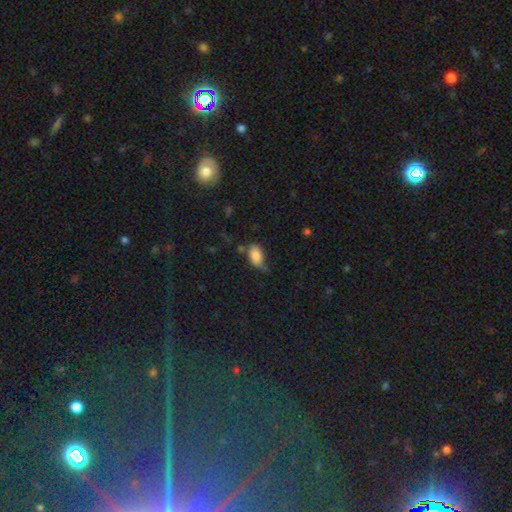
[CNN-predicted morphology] A smooth galaxy with no disk features (86%) that is in between round and cigar-shaped (91%).

Vote fractions:
- Smooth or featured? smooth: 86% / star or artifact: 9% / featured or disk: 6%
- How rounded? in between: 91% / round: 7% / cigar-shaped: 2%
- Merging? none: 59% / minor disturbance: 27% / major disturbance: 7% / merger: 6%